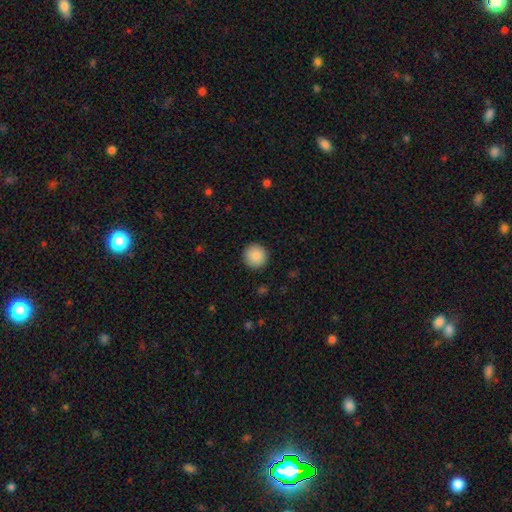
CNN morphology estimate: Q: Smooth or featured?
A: smooth (89%); runner-up: star or artifact (8%)
Q: How rounded?
A: round (95%); runner-up: in between (4%)
Q: Merging?
A: none (92%); runner-up: minor disturbance (5%)